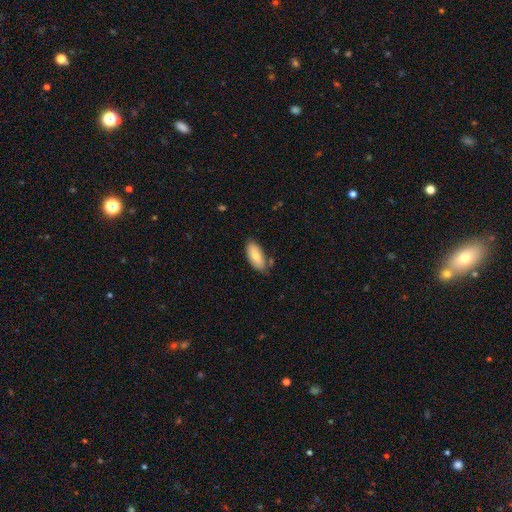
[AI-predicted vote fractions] Smooth or featured? smooth (74%)
How rounded? in between (87%)
Merging? none (73%)